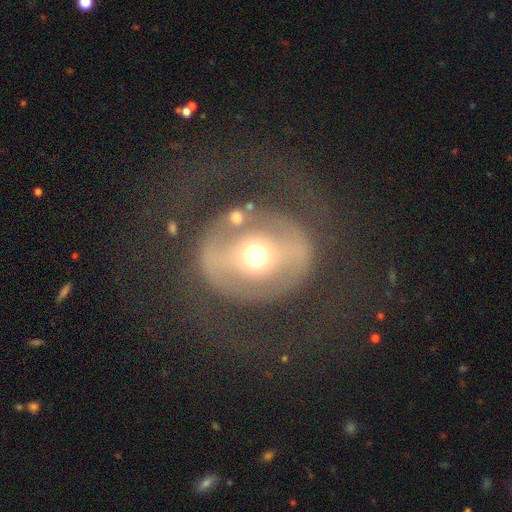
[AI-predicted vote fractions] The model was most divided on "spiral arms": yes: 52%, no: 48%. Remaining: edge-on disk — no (96%); bulge size — moderate (69%); smooth or featured — featured or disk (65%); merging — none (61%); bar — no (38%).